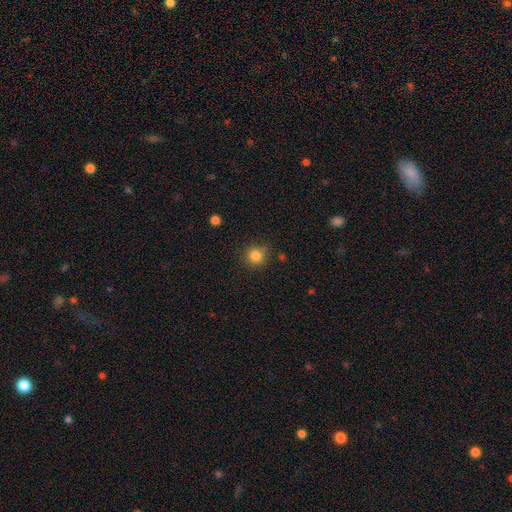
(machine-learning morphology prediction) smooth_or_featured: smooth (p=0.83) [alt: star or artifact p=0.12]
how_rounded: round (p=0.91) [alt: in between p=0.08]
merging: none (p=0.81) [alt: minor disturbance p=0.13]